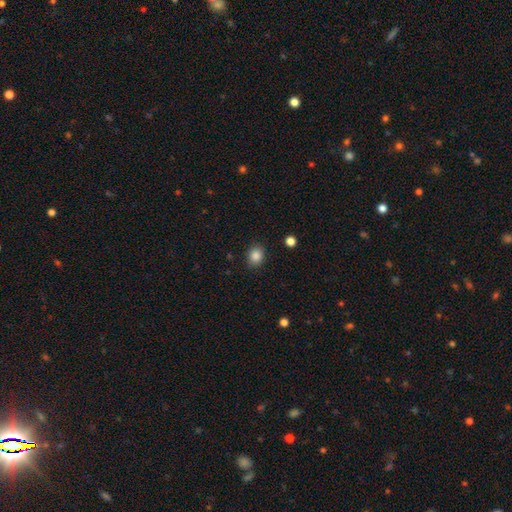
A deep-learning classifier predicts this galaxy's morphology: smooth 86%, star or artifact 10%, featured or disk 4%. Down the decision tree: how rounded — round (62%); merging — none (88%).